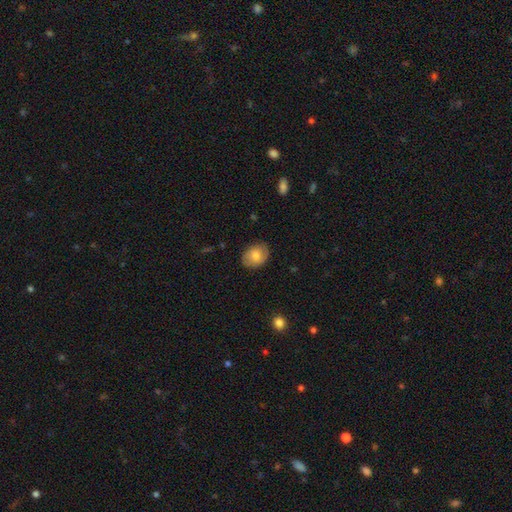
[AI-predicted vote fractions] This appears to be a smooth galaxy with no disk features (70%) that is in between round and cigar-shaped (61%). Merging: none (82%).